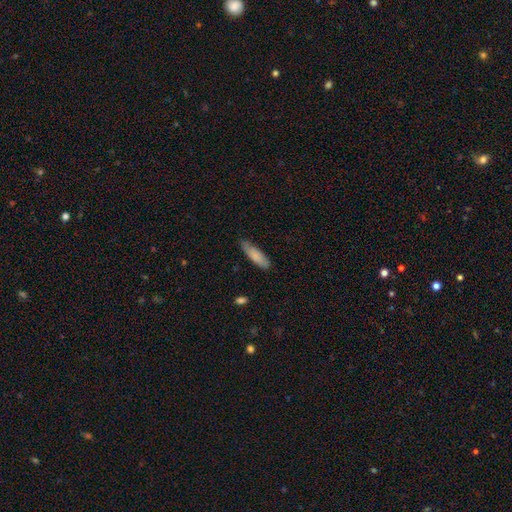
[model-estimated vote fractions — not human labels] Smooth or featured? smooth (82%)
How rounded? cigar-shaped (56%)
Merging? none (63%)